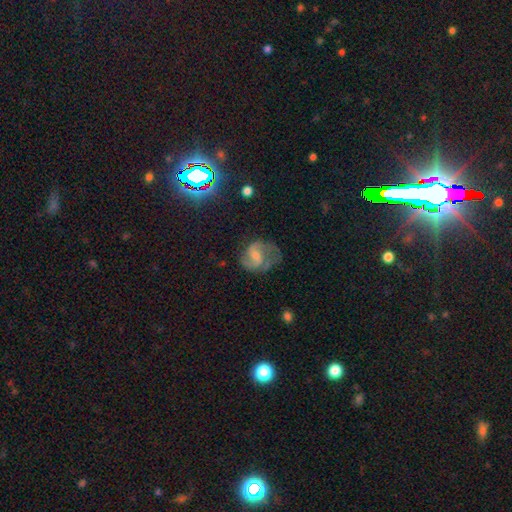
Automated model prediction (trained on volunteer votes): A featured or disk galaxy (72%) with a weak bar (50%), 2 (76%) medium (52%) spiral arms (90%) and a small central bulge (49%). Merging: none (58%).